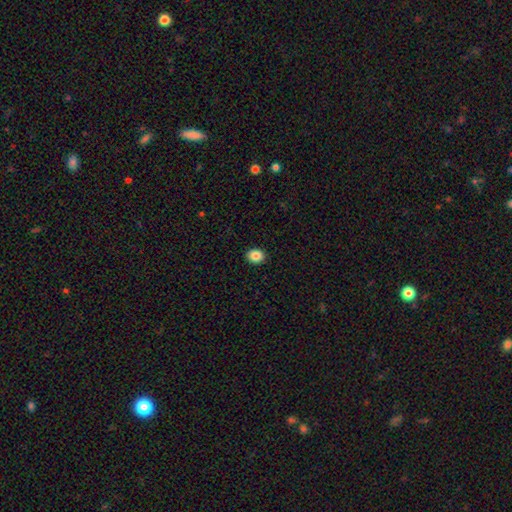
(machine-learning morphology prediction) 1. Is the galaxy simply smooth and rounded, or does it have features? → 86% smooth, 9% star or artifact, 5% featured or disk.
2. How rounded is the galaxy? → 58% round, 41% in between, 1% cigar-shaped.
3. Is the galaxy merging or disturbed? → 92% none, 5% minor disturbance, 2% major disturbance, 1% merger.